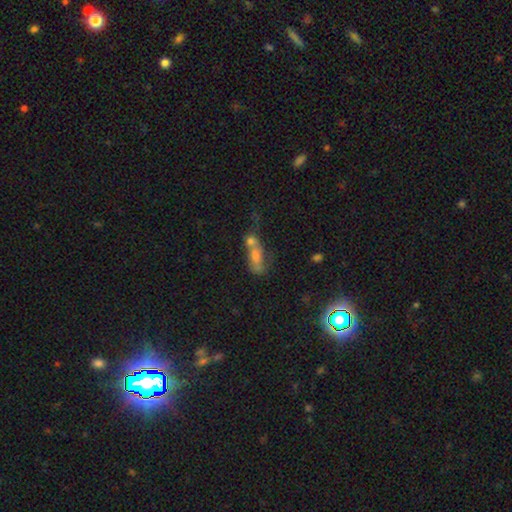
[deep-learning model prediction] This appears to be a smooth galaxy with no disk features (52%) that is in between round and cigar-shaped (64%). Merging: merger (57%).